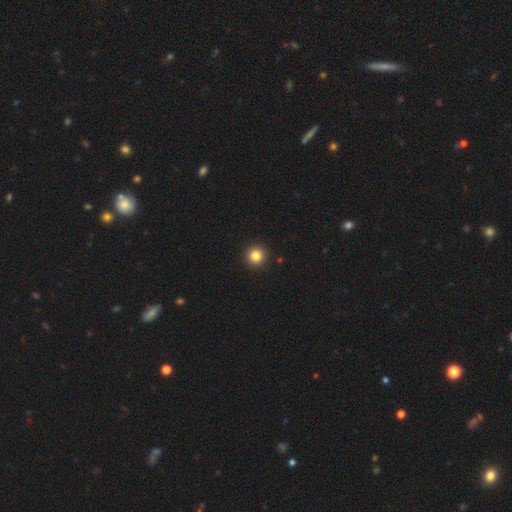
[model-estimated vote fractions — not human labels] This is clearly a smooth galaxy (85%). How rounded: clearly round (95%). Merging: clearly none (93%).